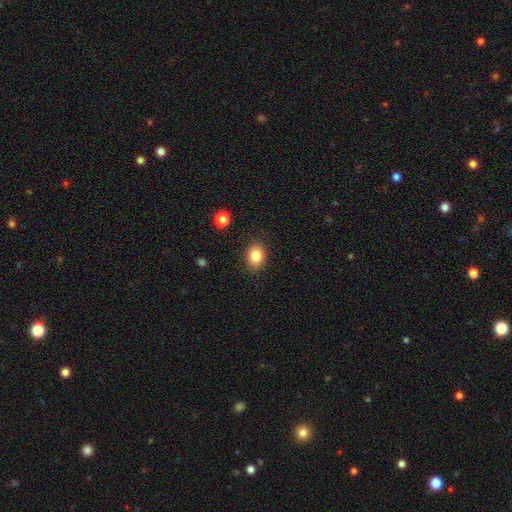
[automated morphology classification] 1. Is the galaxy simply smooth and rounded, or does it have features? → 85% smooth, 9% star or artifact, 6% featured or disk.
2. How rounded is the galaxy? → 64% in between, 36% round, 1% cigar-shaped.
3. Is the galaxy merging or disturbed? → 86% none, 10% minor disturbance, 3% major disturbance, 1% merger.